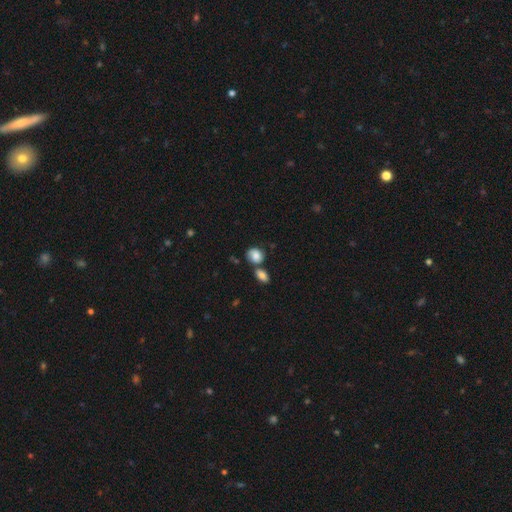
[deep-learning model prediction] Morphology: type=smooth (76%); roundness=round (56%); merging=none (48%).